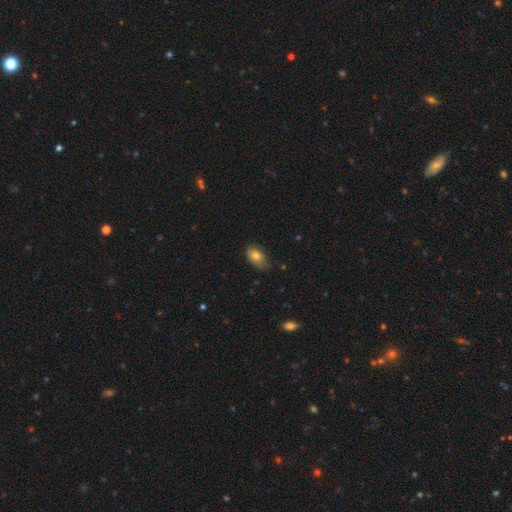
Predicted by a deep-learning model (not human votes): smooth-or-featured: smooth: 76% | featured or disk: 16% | star or artifact: 8%
  how-rounded: in between: 88% | round: 11% | cigar-shaped: 2%
  merging: none: 66% | minor disturbance: 28% | major disturbance: 5% | merger: 1%